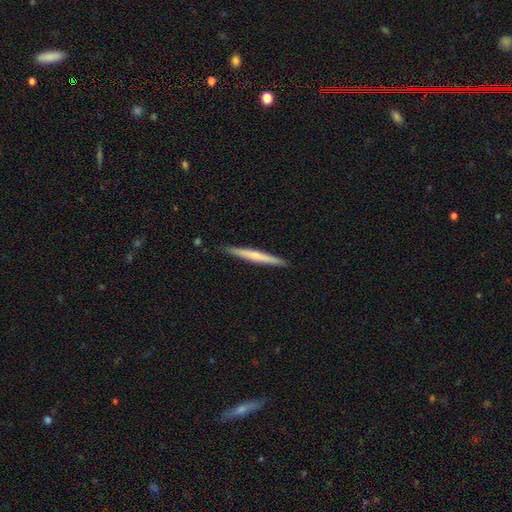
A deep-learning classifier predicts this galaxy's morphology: smooth-or-featured: smooth: 51% | featured or disk: 44% | star or artifact: 5%
  how-rounded: cigar-shaped: 97% | in between: 2% | round: 1%
  merging: none: 91% | minor disturbance: 6% | major disturbance: 1% | merger: 1%